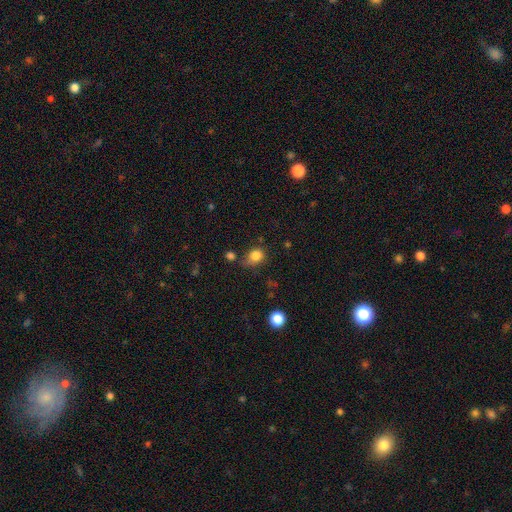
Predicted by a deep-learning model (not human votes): Q: Smooth or featured?
A: smooth (83%); runner-up: star or artifact (11%)
Q: How rounded?
A: round (63%); runner-up: in between (36%)
Q: Merging?
A: none (52%); runner-up: minor disturbance (29%)